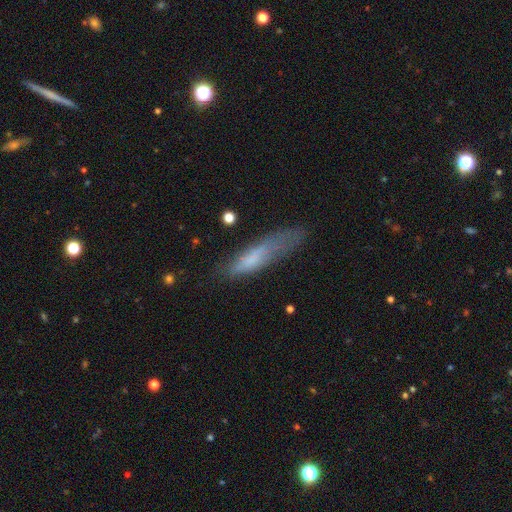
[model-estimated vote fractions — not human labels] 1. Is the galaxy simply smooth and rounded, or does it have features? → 63% smooth, 27% featured or disk, 10% star or artifact.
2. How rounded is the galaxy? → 77% cigar-shaped, 21% in between, 2% round.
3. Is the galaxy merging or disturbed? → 59% none, 27% minor disturbance, 11% major disturbance, 3% merger.